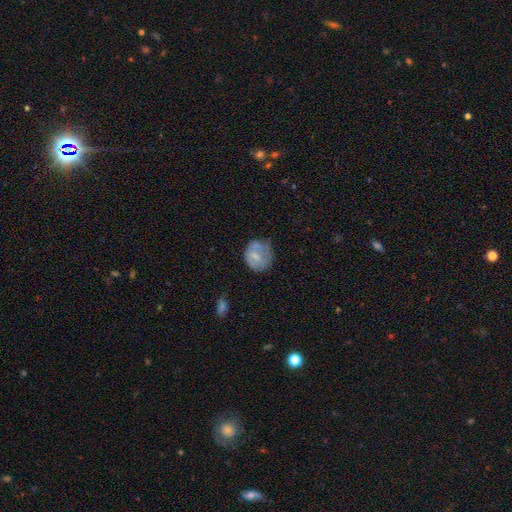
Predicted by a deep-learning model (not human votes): Overall: smooth (65%; featured or disk 28%). How rounded: round (79%). Merging: none (56%; minor disturbance 28%).